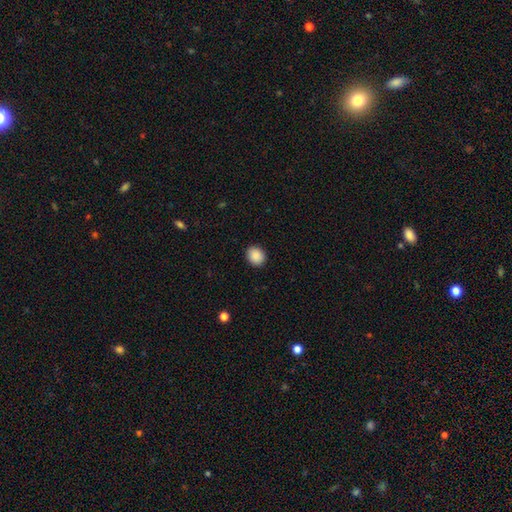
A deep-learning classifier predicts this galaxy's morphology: This appears to be a smooth galaxy with no disk features (90%) that is round (63%). Merging: none (90%).